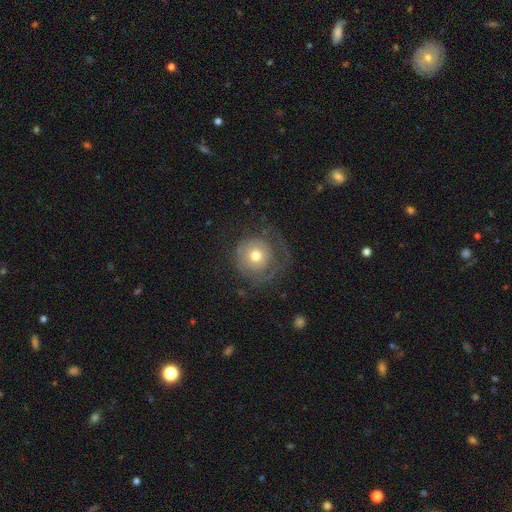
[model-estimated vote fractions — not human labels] Smooth or featured? Predicted: smooth (p=0.51). How rounded? Predicted: round (p=0.92). Merging? Predicted: none (p=0.50).